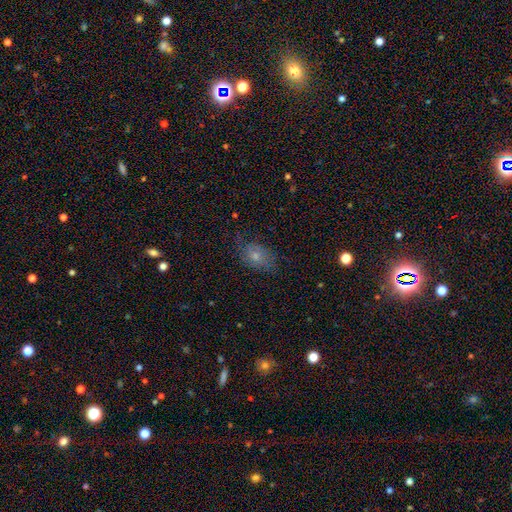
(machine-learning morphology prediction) smooth_or_featured: smooth (p=0.46) [alt: featured or disk p=0.34]
merging: none (p=0.64) [alt: minor disturbance p=0.23]